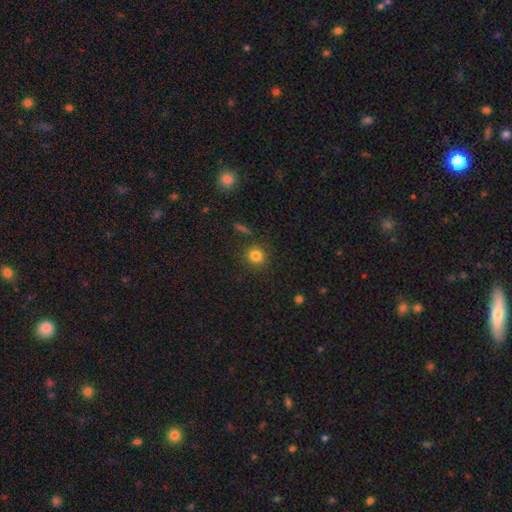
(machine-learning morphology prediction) Smooth or featured? smooth (82%)
How rounded? round (89%)
Merging? none (85%)